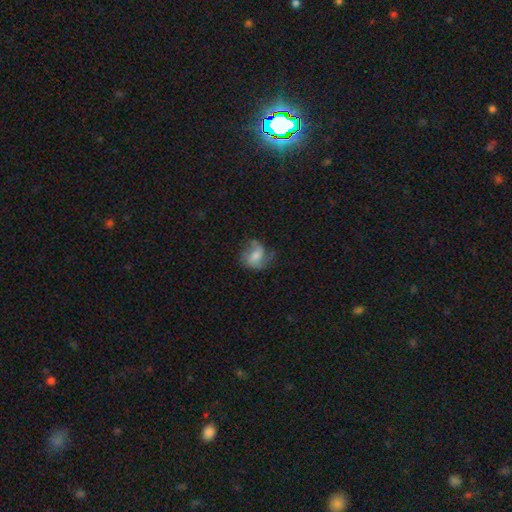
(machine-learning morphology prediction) smooth-or-featured: featured or disk: 49% | smooth: 43% | star or artifact: 8%
  merging: none: 53% | minor disturbance: 27% | major disturbance: 18% | merger: 2%